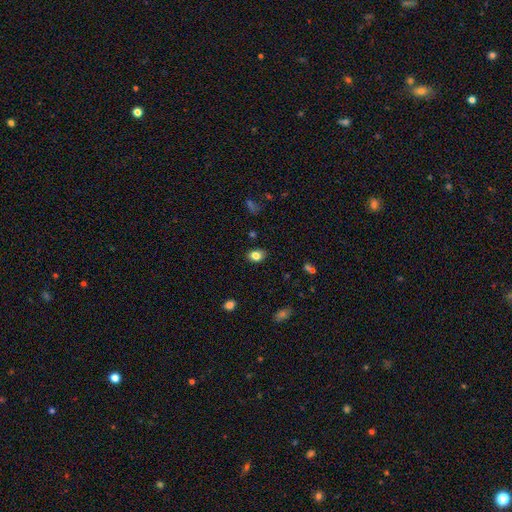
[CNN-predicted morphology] smooth-or-featured: smooth: 83% | star or artifact: 10% | featured or disk: 8%
  how-rounded: in between: 70% | round: 29% | cigar-shaped: 1%
  merging: none: 84% | minor disturbance: 13% | major disturbance: 2% | merger: 1%